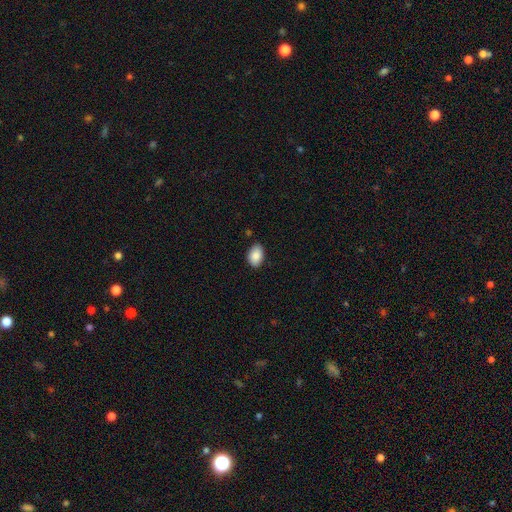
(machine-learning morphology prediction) This appears to be a smooth galaxy with no disk features (89%) that is in between round and cigar-shaped (89%). Merging: none (85%).